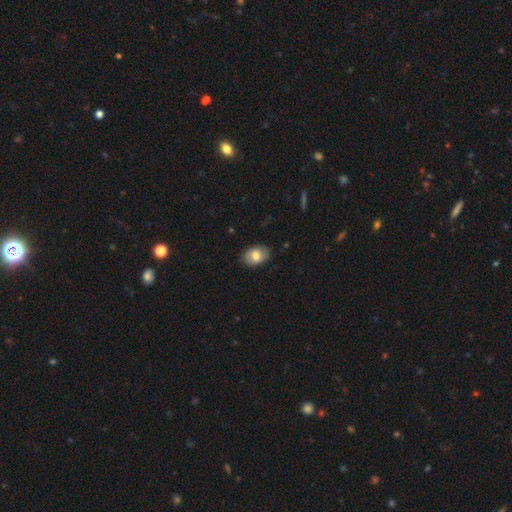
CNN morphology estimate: Overall: smooth (80%). How rounded: in between (84%). Merging: none (85%).